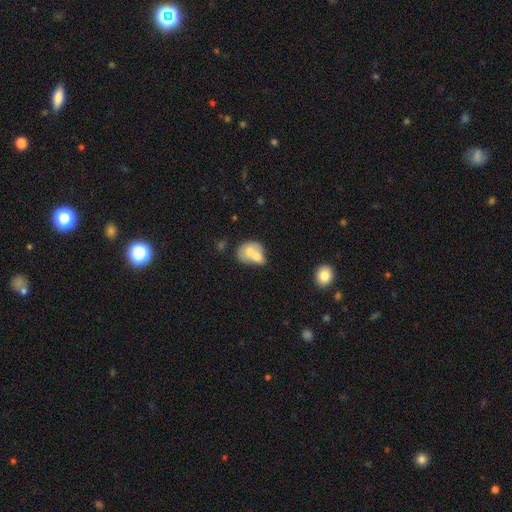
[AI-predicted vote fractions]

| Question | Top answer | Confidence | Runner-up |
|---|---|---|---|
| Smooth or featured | smooth | 65% | featured or disk (28%) |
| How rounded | in between | 51% | round (48%) |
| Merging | merger | 72% | none (17%) |